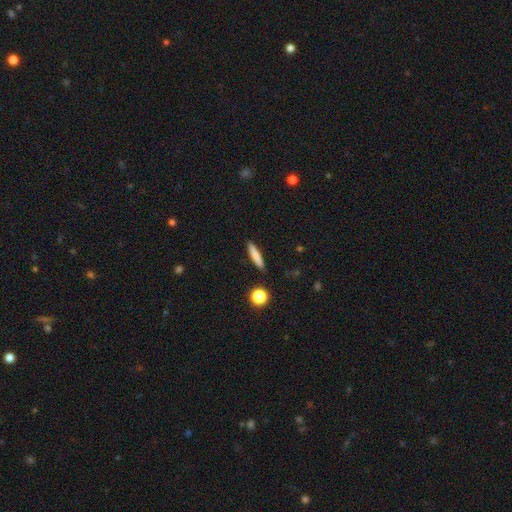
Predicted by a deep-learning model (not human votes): A smooth galaxy with no disk features (76%) that is cigar-shaped (89%).

Vote fractions:
- Smooth or featured? smooth: 76% / featured or disk: 16% / star or artifact: 8%
- How rounded? cigar-shaped: 89% / in between: 8% / round: 2%
- Merging? none: 89% / minor disturbance: 7% / major disturbance: 2% / merger: 2%